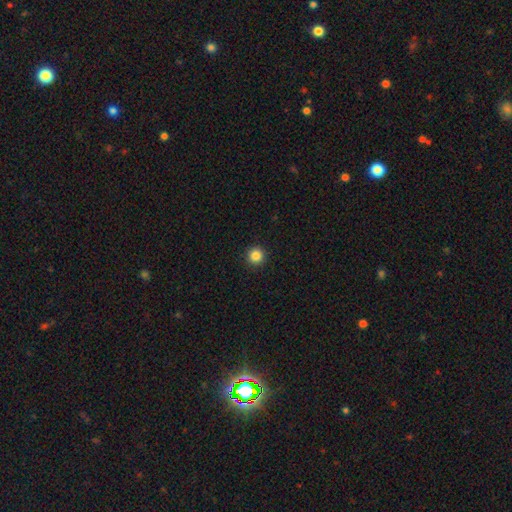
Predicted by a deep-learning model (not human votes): Smooth or featured? Predicted: smooth (p=0.85). How rounded? Predicted: round (p=0.96). Merging? Predicted: none (p=0.93).